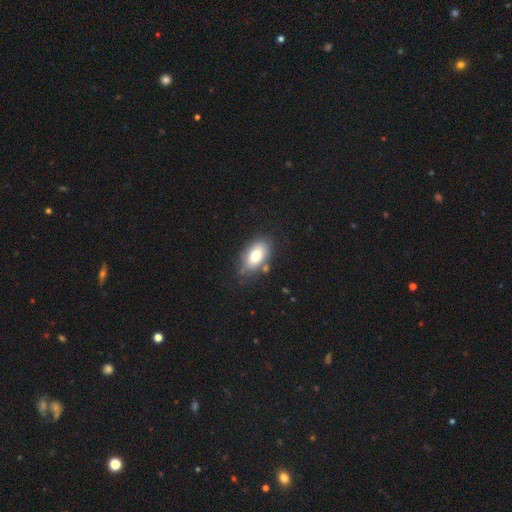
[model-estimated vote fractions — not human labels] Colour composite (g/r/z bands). It shows a smooth galaxy with no disk features (79%) that is in between round and cigar-shaped (92%). Merging: none (70%).